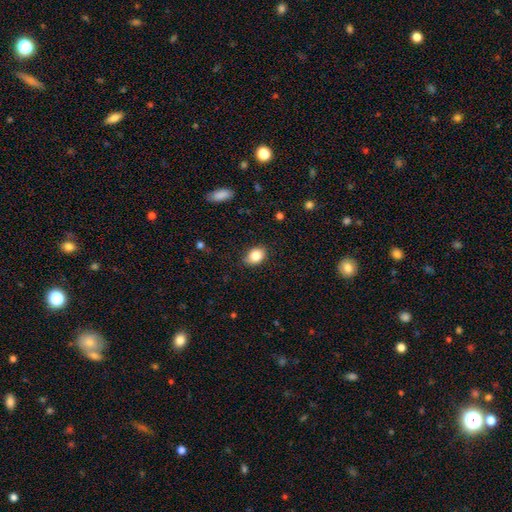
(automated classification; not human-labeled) Smooth or featured?
  - smooth: 85% *
  - star or artifact: 8%
  - featured or disk: 7%
How rounded?
  - in between: 69% *
  - round: 30%
  - cigar-shaped: 1%
Merging?
  - none: 81% *
  - minor disturbance: 15%
  - major disturbance: 3%
  - merger: 1%